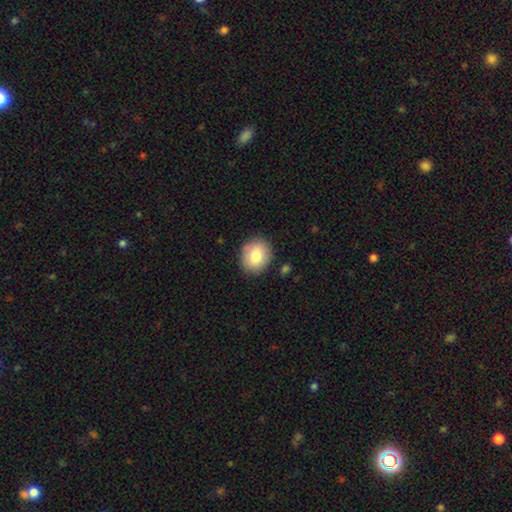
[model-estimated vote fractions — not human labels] The model was most divided on "how rounded": round: 59%, in between: 40%, cigar-shaped: 1%. More confident: merging — none (85%); smooth or featured — smooth (81%).